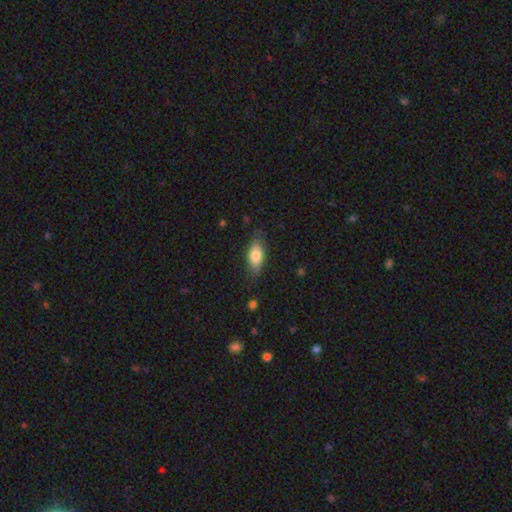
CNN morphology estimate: Smooth or featured?
  - smooth: 79% *
  - featured or disk: 15%
  - star or artifact: 7%
How rounded?
  - in between: 84% *
  - cigar-shaped: 13%
  - round: 4%
Merging?
  - none: 76% *
  - minor disturbance: 19%
  - major disturbance: 4%
  - merger: 1%